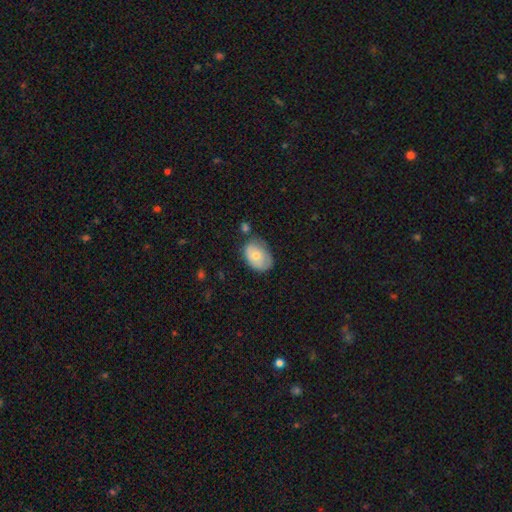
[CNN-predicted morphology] A smooth galaxy with no disk features (65%) that is in between round and cigar-shaped (81%).

Vote fractions:
- Smooth or featured? smooth: 65% / featured or disk: 28% / star or artifact: 7%
- How rounded? in between: 81% / round: 18% / cigar-shaped: 1%
- Merging? none: 54% / minor disturbance: 32% / major disturbance: 8% / merger: 6%